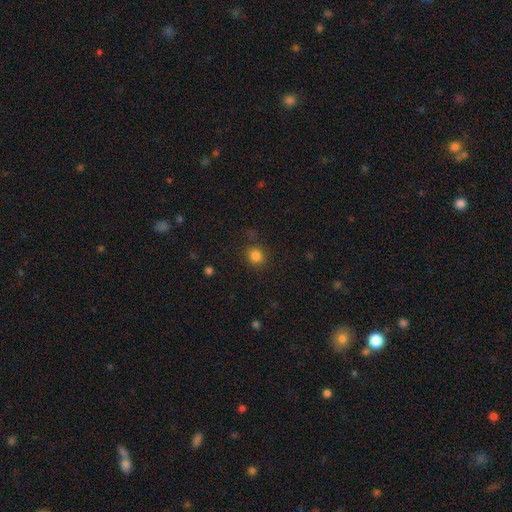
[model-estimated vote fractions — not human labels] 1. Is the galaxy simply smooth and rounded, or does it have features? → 83% smooth, 13% star or artifact, 4% featured or disk.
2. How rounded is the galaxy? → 83% round, 16% in between, 1% cigar-shaped.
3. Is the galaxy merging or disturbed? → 84% none, 10% minor disturbance, 3% major disturbance, 2% merger.